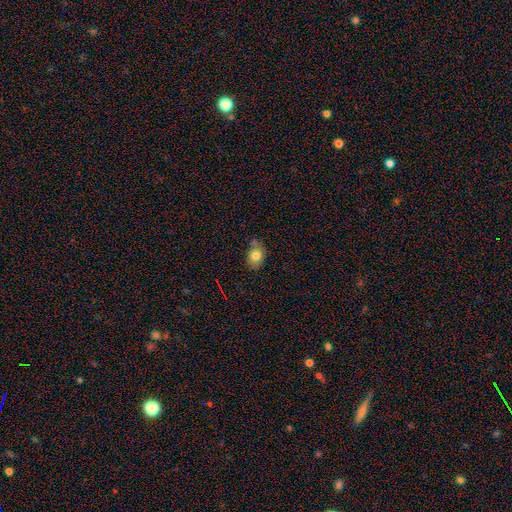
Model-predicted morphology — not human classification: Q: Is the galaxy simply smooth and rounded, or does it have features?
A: smooth — 79%.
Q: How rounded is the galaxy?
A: in between — 62%.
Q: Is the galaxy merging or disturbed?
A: none — 65%.